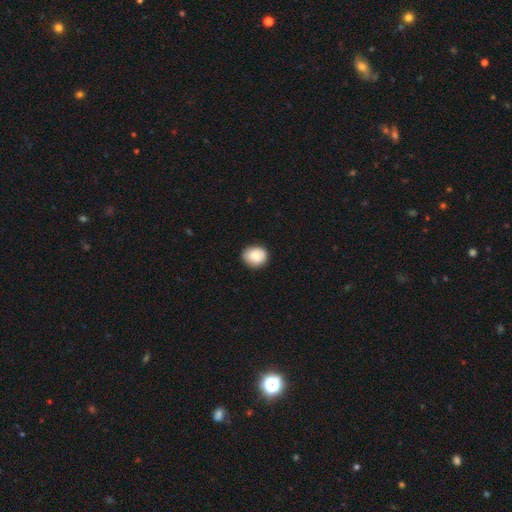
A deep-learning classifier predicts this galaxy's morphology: A smooth galaxy with no disk features (80%) that is round (68%).

Vote fractions:
- Smooth or featured? smooth: 80% / featured or disk: 12% / star or artifact: 8%
- How rounded? round: 68% / in between: 31% / cigar-shaped: 1%
- Merging? none: 85% / minor disturbance: 11% / major disturbance: 2% / merger: 1%